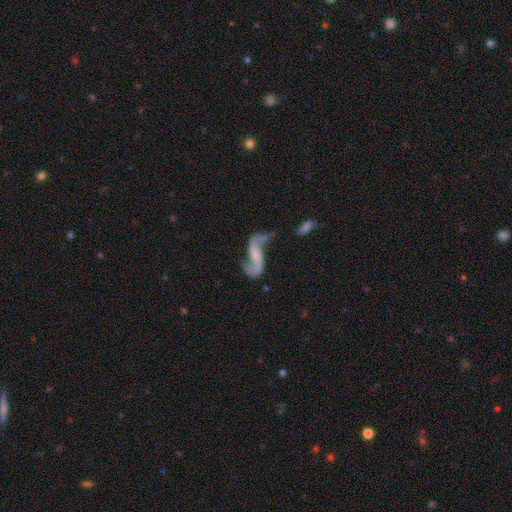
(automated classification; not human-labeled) This is clearly a featured or disk galaxy (81%). It is clearly not viewed edge-on (94%). Bar: marginally no (41%). Spiral arm pattern: clearly yes (90%). Spiral arm count: clearly 2 (89%). Spiral winding: clearly loose (86%). Central bulge: possibly none (53%). Merging: marginally none (42%).